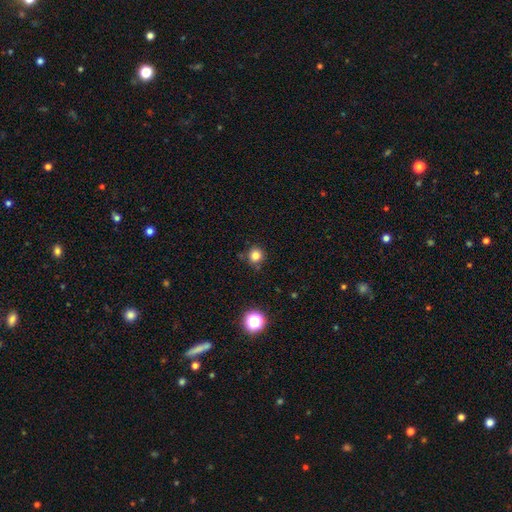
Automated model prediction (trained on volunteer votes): This is clearly a smooth galaxy (81%). How rounded: clearly round (93%). Merging: clearly none (83%).